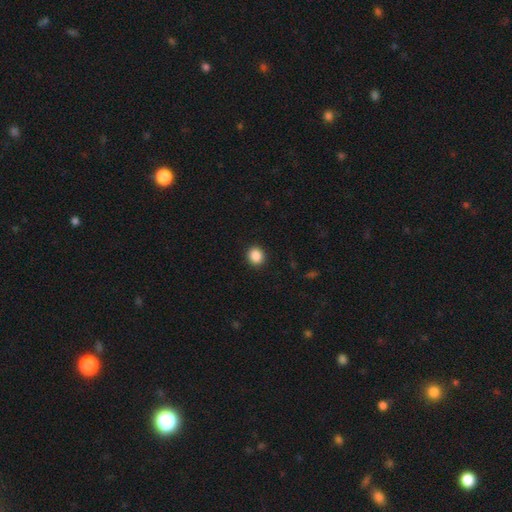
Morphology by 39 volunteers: Volunteers were most divided on "how rounded": round: 70%, in between: 30%, cigar-shaped: 0%. More confident: smooth or featured — smooth (95%); merging — none (95%).